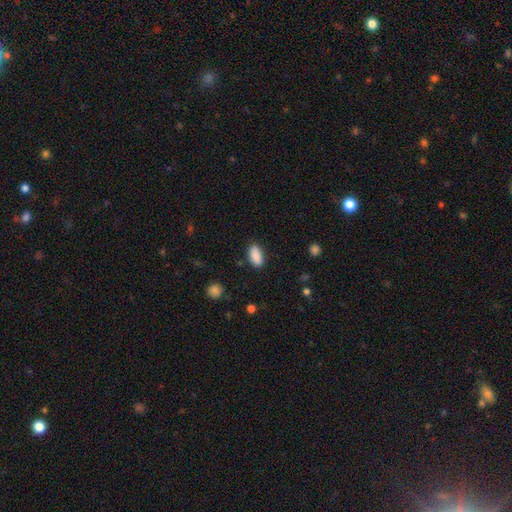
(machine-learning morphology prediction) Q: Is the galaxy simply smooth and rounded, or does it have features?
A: smooth — 89%.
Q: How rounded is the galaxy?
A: in between — 92%.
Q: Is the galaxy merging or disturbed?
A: none — 86%.